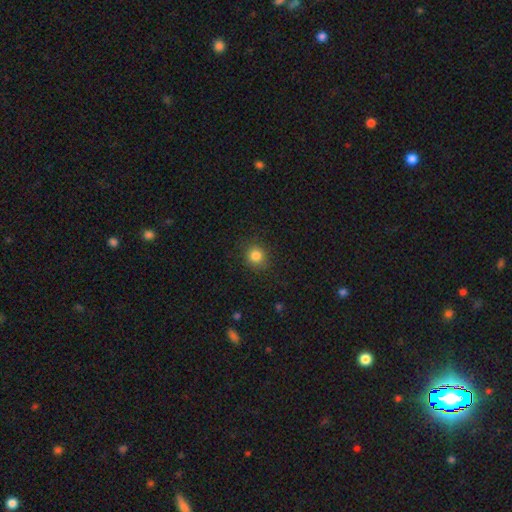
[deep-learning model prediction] smooth 84%, star or artifact 12%, featured or disk 5%. Down the decision tree: how rounded — round (86%); merging — none (88%).